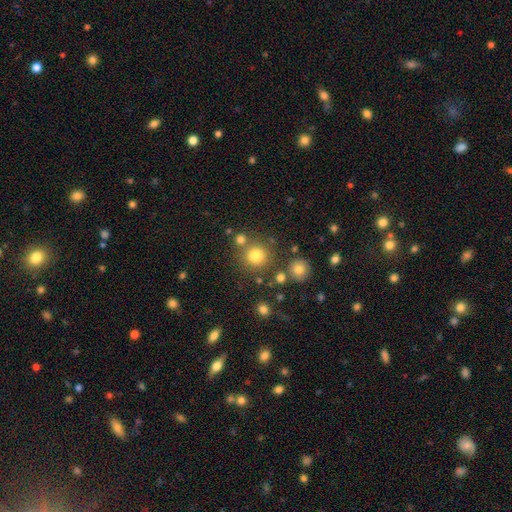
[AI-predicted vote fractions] A smooth galaxy with no disk features (79%) that is round (92%).

Vote fractions:
- Smooth or featured? smooth: 79% / star or artifact: 15% / featured or disk: 7%
- How rounded? round: 92% / in between: 7% / cigar-shaped: 1%
- Merging? none: 77% / merger: 10% / minor disturbance: 8% / major disturbance: 4%